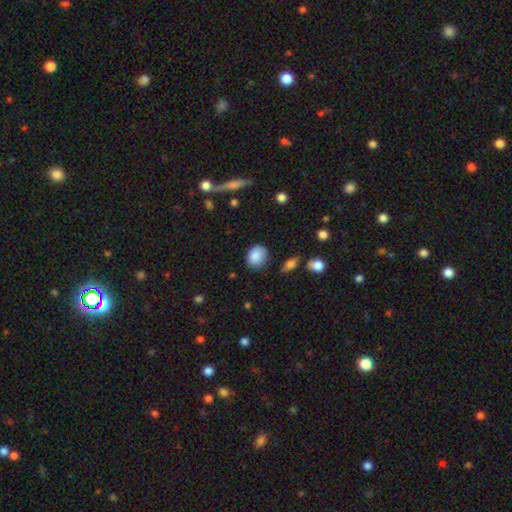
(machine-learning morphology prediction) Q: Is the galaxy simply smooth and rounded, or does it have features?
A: smooth — 85%.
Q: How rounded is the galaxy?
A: in between — 55%.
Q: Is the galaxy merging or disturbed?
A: none — 74%.